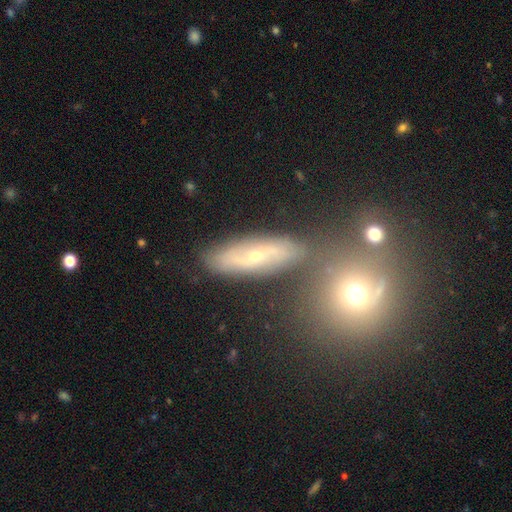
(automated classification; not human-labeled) Smooth or featured? Predicted: featured or disk (p=0.59). Edge-on disk? Predicted: no (p=0.75). Merging? Predicted: none (p=0.69).